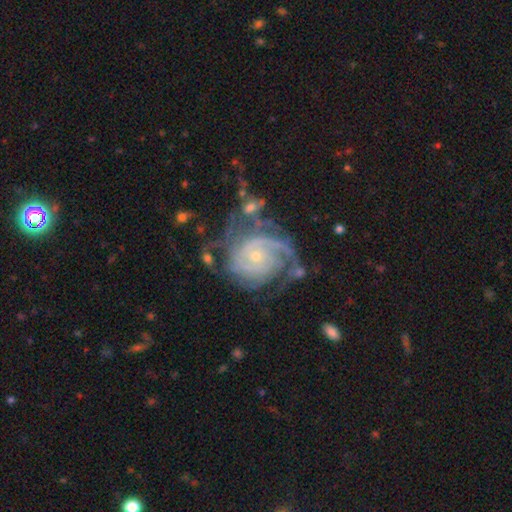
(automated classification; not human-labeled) This appears to be a featured or disk galaxy (89%) with no bar (74%), 2 (27%) tight (69%) spiral arms (97%) and a small central bulge (73%). Merging: none (51%).